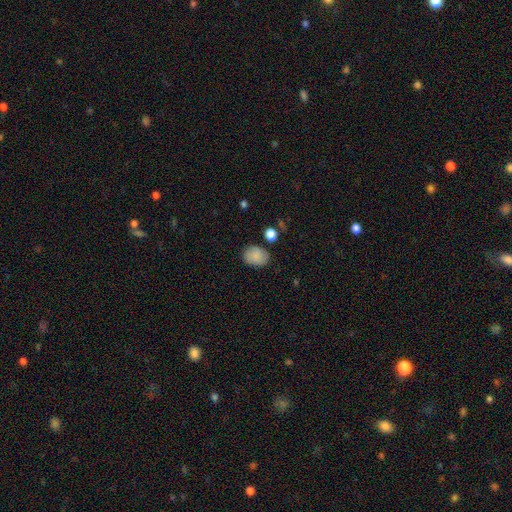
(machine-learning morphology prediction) A smooth galaxy with no disk features (81%) that is in between round and cigar-shaped (61%). Merging: none (76%).